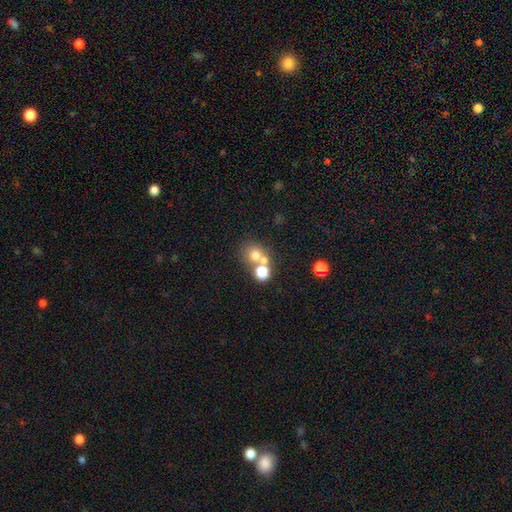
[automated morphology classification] Overall: smooth (68%). How rounded: round (81%). Merging: merger (47%; none 43%).